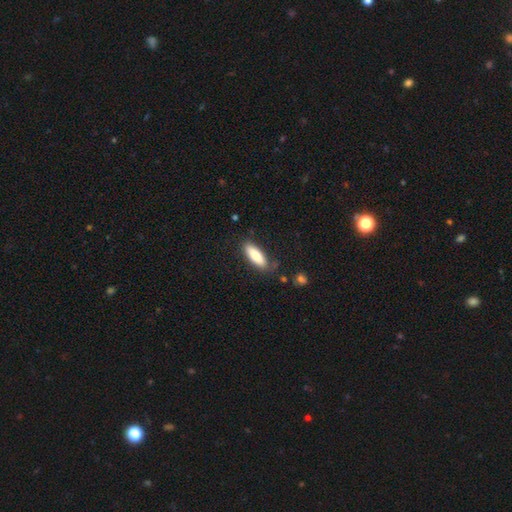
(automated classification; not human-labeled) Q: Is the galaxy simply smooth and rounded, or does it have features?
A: smooth — 81%.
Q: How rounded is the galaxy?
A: in between — 61%.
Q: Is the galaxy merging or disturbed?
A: none — 77%.